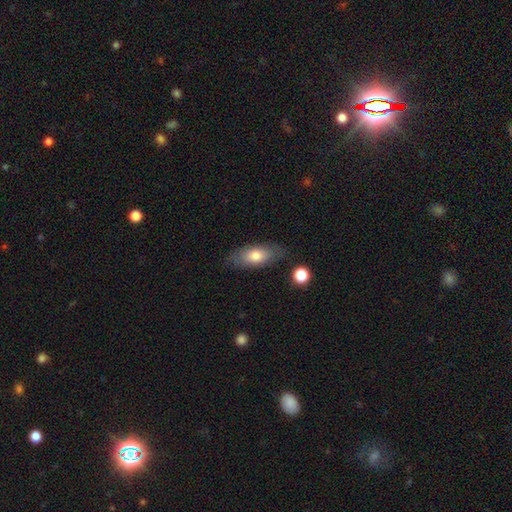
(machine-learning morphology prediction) The model was most divided on "smooth or featured": smooth: 73%, featured or disk: 20%, star or artifact: 7%. More confident: how rounded — in between (81%); merging — none (78%).